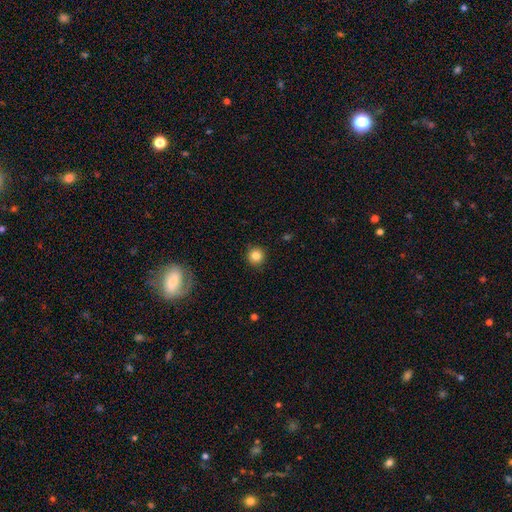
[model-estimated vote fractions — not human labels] This appears to be a smooth galaxy with no disk features (84%) that is round (95%). Merging: none (91%).